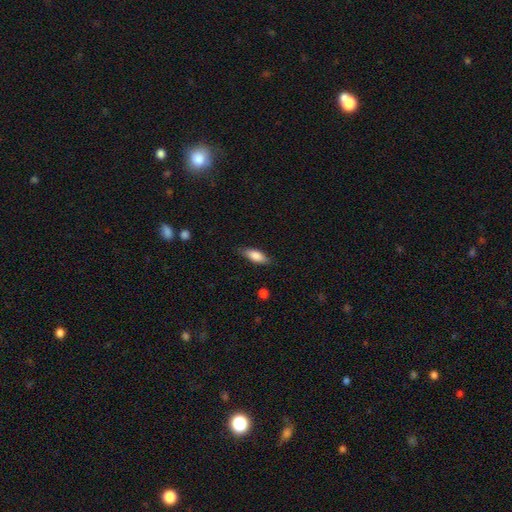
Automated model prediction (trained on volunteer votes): A smooth galaxy with no disk features (80%) that is in between round and cigar-shaped (69%).

Vote fractions:
- Smooth or featured? smooth: 80% / featured or disk: 14% / star or artifact: 6%
- How rounded? in between: 69% / cigar-shaped: 29% / round: 2%
- Merging? none: 82% / minor disturbance: 14% / major disturbance: 3% / merger: 1%